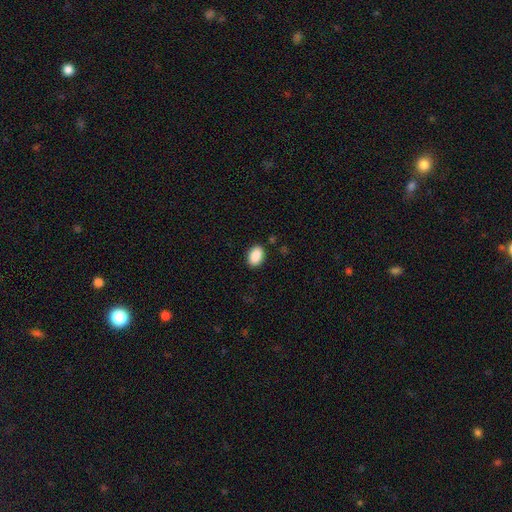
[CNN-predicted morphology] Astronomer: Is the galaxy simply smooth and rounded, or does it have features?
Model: smooth — 90%.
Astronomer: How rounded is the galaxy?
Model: in between — 87%.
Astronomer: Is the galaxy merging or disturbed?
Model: none — 87%.